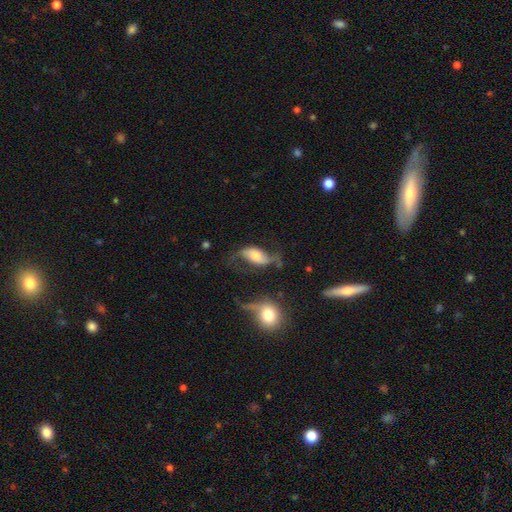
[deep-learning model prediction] Q: Smooth or featured?
A: featured or disk (65%); runner-up: smooth (28%)
Q: Edge-on disk?
A: no (91%); runner-up: yes (9%)
Q: Bar?
A: no (50%); runner-up: weak (32%)
Q: Spiral arms?
A: yes (87%); runner-up: no (13%)
Q: Spiral winding?
A: loose (79%); runner-up: medium (16%)
Q: Spiral arm count?
A: 2 (89%); runner-up: can't tell (4%)
Q: Bulge size?
A: moderate (48%); runner-up: small (31%)
Q: Merging?
A: none (44%); runner-up: major disturbance (24%)